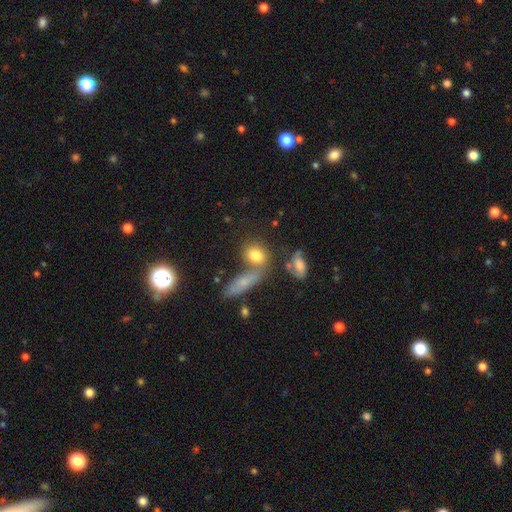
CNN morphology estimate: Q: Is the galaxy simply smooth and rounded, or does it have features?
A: smooth — 77%.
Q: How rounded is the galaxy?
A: in between — 54%.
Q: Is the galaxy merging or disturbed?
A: none — 49%.